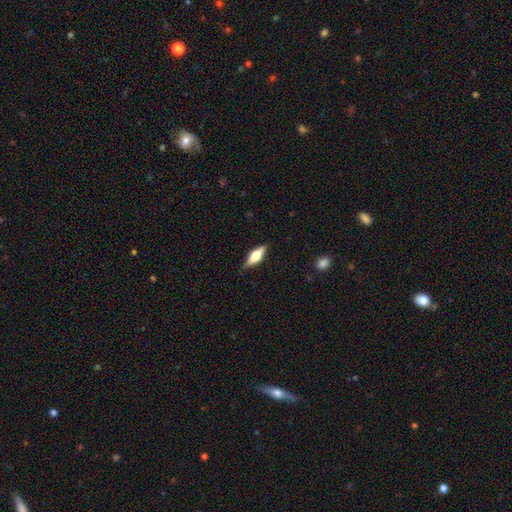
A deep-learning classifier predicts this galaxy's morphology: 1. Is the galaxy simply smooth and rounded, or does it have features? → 56% featured or disk, 38% smooth, 6% star or artifact.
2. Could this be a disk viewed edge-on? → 94% yes, 6% no.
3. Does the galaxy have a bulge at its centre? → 91% rounded, 8% boxy, 2% none.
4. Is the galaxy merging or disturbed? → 85% none, 12% minor disturbance, 2% major disturbance, 1% merger.